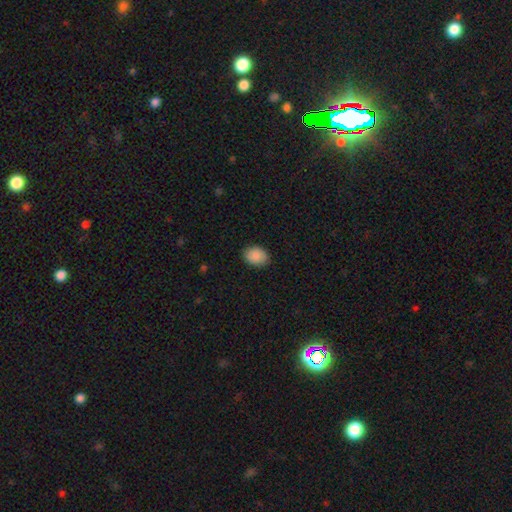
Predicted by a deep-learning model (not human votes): Q: Smooth or featured?
A: smooth (89%); runner-up: star or artifact (7%)
Q: How rounded?
A: in between (64%); runner-up: round (35%)
Q: Merging?
A: none (86%); runner-up: minor disturbance (11%)